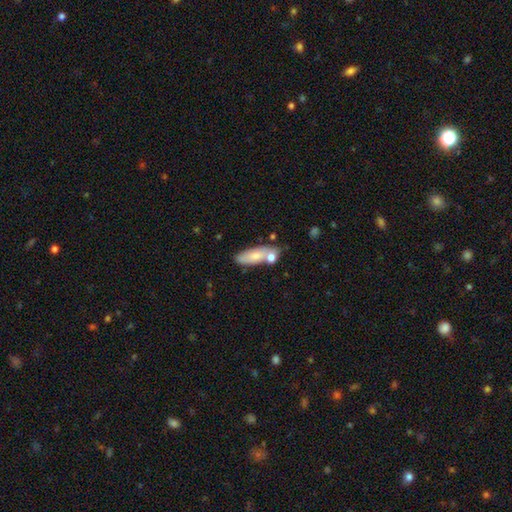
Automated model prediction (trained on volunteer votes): Q: Smooth or featured?
A: smooth (73%); runner-up: featured or disk (20%)
Q: How rounded?
A: in between (64%); runner-up: cigar-shaped (32%)
Q: Merging?
A: none (53%); runner-up: merger (26%)